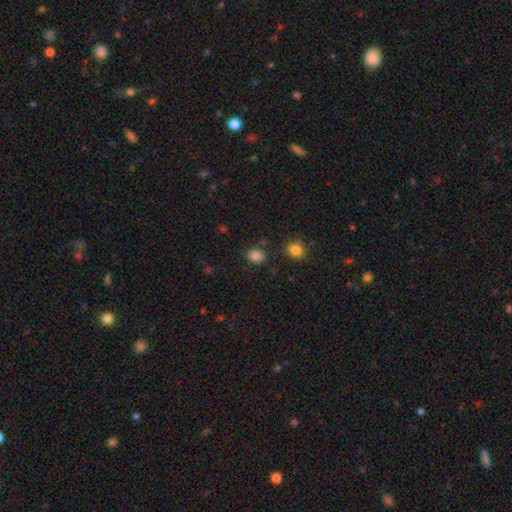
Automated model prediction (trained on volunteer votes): smooth 84%, star or artifact 12%, featured or disk 5%. Down the decision tree: how rounded — round (55%); merging — none (81%).